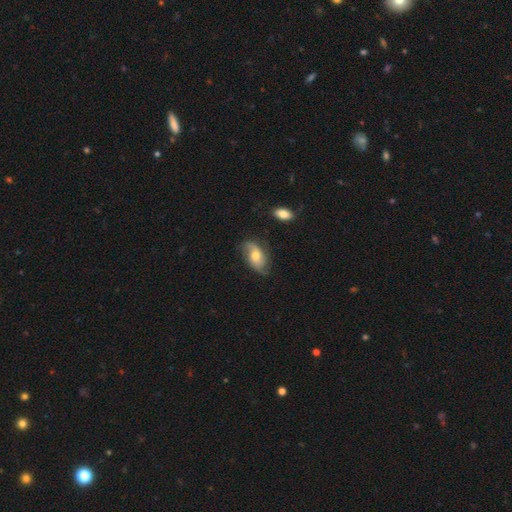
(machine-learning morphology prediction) A featured or disk galaxy (55%) with no bar (66%), spiral arms (87%) and a moderate central bulge (63%).

Vote fractions:
- Smooth or featured? featured or disk: 55% / smooth: 37% / star or artifact: 8%
- Edge-on disk? no: 94% / yes: 6%
- Bar? no: 66% / weak: 28% / strong: 6%
- Spiral arms? yes: 87% / no: 13%
- Bulge size? moderate: 63% / small: 25% / large: 9% / none: 2% / dominant: 1%
- Merging? none: 64% / minor disturbance: 25% / major disturbance: 9% / merger: 2%